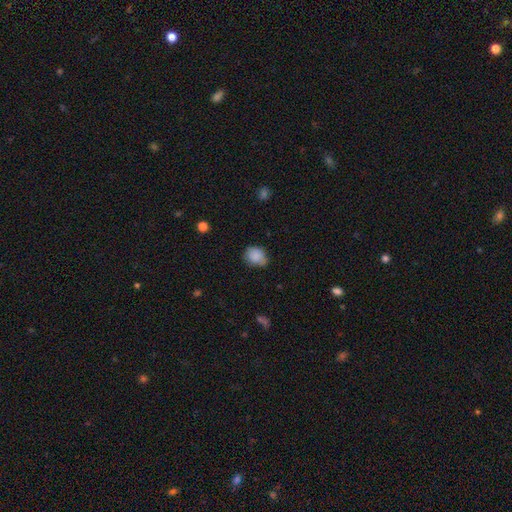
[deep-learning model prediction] Smooth or featured? Predicted: smooth (p=0.85). How rounded? Predicted: round (p=0.58). Merging? Predicted: none (p=0.62).